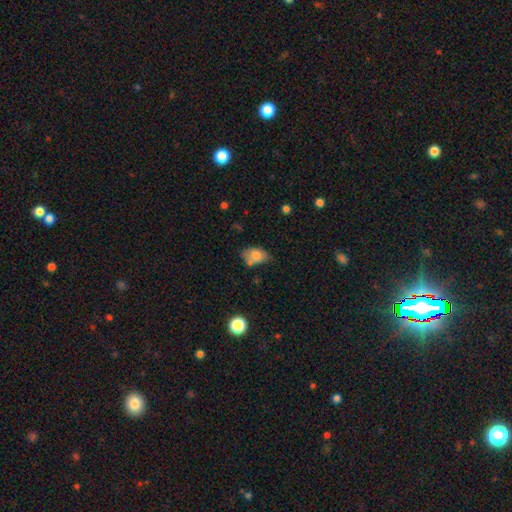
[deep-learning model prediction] Smooth or featured? Predicted: smooth (p=0.78). How rounded? Predicted: in between (p=0.86). Merging? Predicted: none (p=0.52).